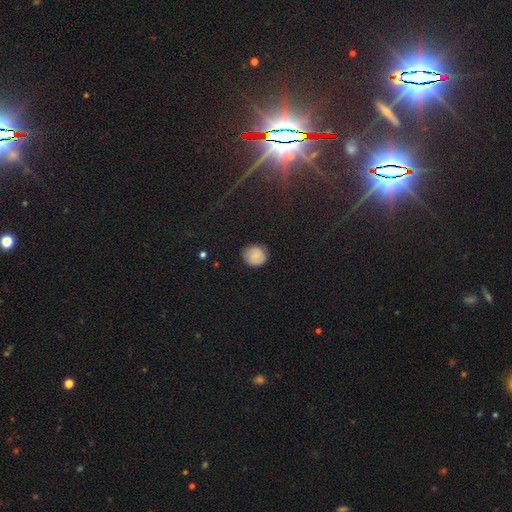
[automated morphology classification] The model was most divided on "smooth or featured": smooth: 52%, featured or disk: 37%, star or artifact: 11%. More confident: how rounded — round (86%); merging — none (85%).